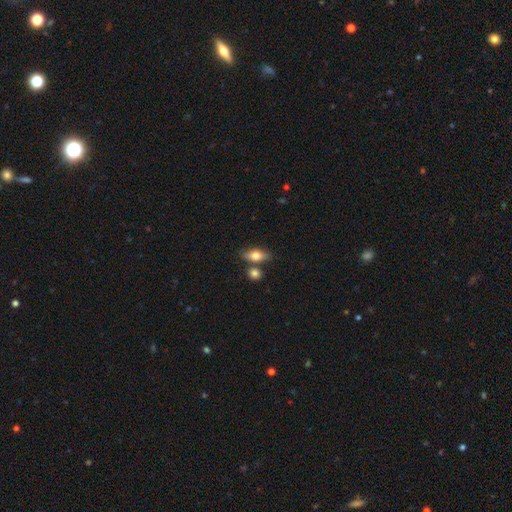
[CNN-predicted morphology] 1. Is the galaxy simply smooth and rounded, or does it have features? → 71% smooth, 22% featured or disk, 7% star or artifact.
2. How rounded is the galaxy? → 77% in between, 15% cigar-shaped, 8% round.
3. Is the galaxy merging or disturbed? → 68% none, 15% merger, 13% minor disturbance, 4% major disturbance.